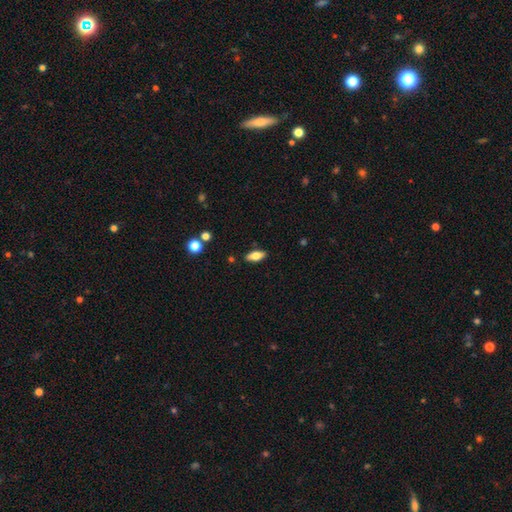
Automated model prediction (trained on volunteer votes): Smooth or featured: smooth — 69% (featured or disk — 23%)
How rounded: in between — 80% (cigar-shaped — 17%)
Merging: none — 87% (minor disturbance — 9%)